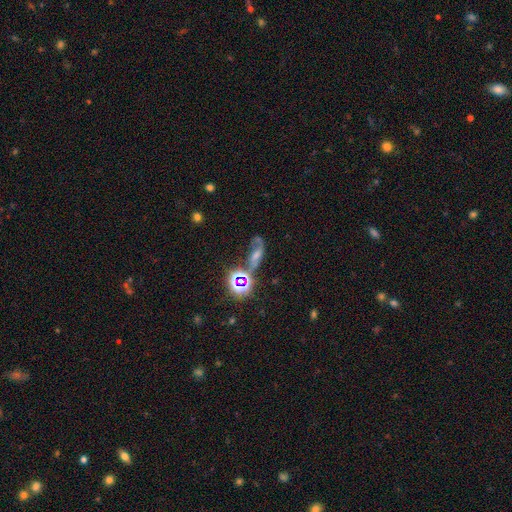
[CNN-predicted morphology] This is marginally a featured or disk galaxy (44%). Merging: marginally none (43%).